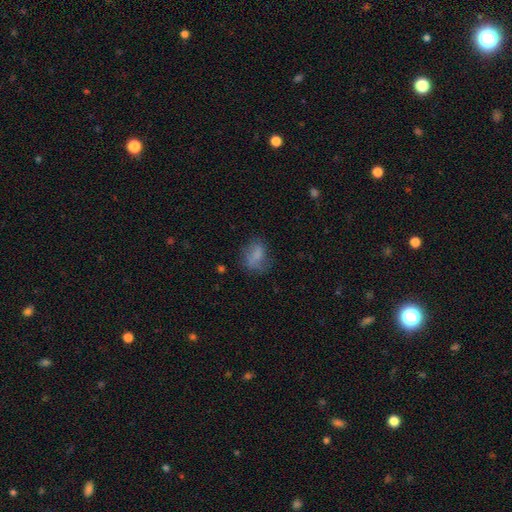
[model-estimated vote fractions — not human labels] This is likely a smooth galaxy (73%). How rounded: likely in between (73%). Merging: possibly none (51%).